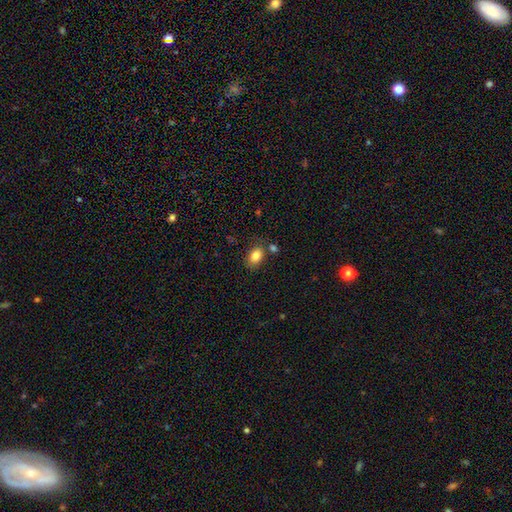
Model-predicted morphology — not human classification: Smooth or featured?
  - smooth: 84% *
  - star or artifact: 9%
  - featured or disk: 8%
How rounded?
  - in between: 81% *
  - round: 18%
  - cigar-shaped: 1%
Merging?
  - none: 73% *
  - minor disturbance: 14%
  - merger: 10%
  - major disturbance: 4%